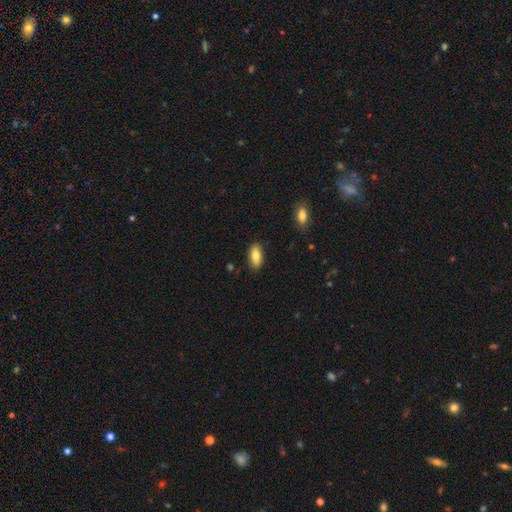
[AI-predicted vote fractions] Q: Smooth or featured?
A: smooth (79%); runner-up: featured or disk (14%)
Q: How rounded?
A: in between (87%); runner-up: cigar-shaped (10%)
Q: Merging?
A: none (86%); runner-up: minor disturbance (11%)